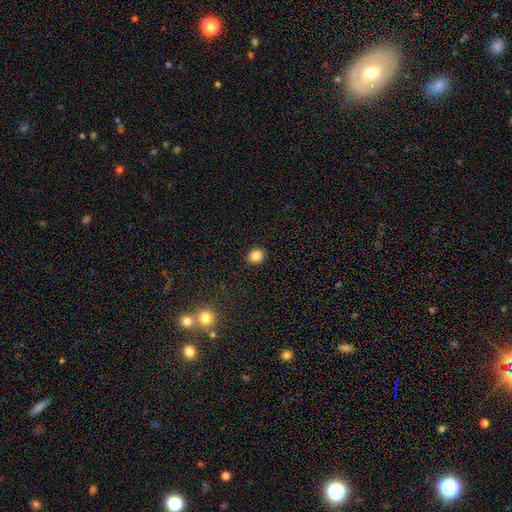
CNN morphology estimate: A smooth galaxy with no disk features (85%) that is round (59%). Merging: none (90%).